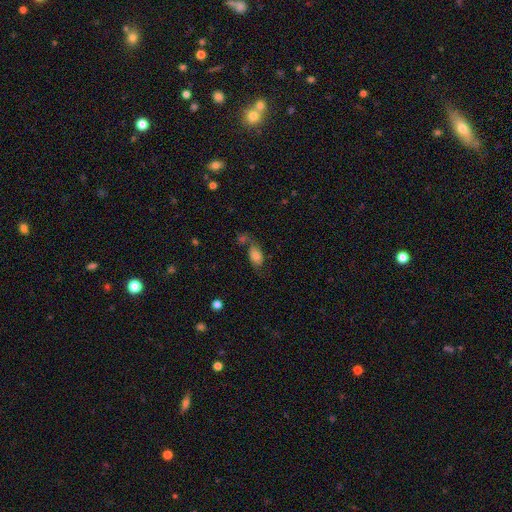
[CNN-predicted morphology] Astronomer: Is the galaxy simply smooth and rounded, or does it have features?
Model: smooth — 69%.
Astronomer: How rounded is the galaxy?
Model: in between — 87%.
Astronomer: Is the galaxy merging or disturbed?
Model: none — 42% (runner-up: merger, 24%).